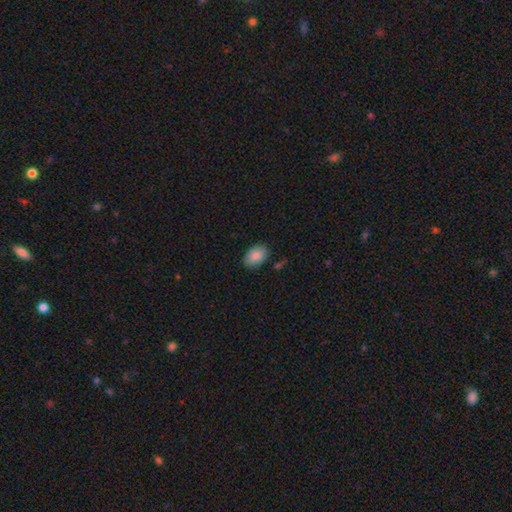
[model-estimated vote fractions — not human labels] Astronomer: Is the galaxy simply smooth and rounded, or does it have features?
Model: smooth — 87%.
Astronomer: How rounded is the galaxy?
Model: in between — 86%.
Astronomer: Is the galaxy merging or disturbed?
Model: none — 84%.